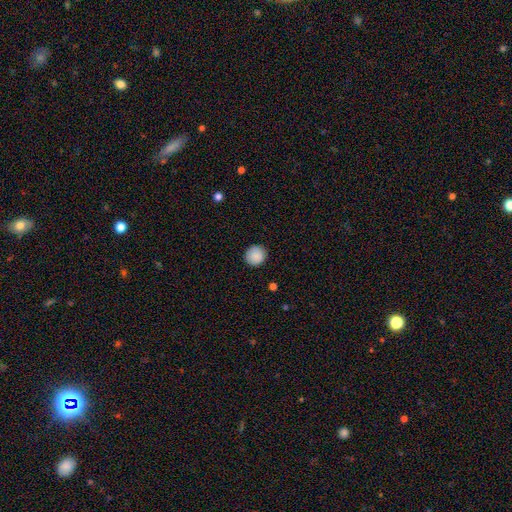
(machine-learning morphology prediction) Q: Smooth or featured?
A: smooth (89%); runner-up: star or artifact (8%)
Q: How rounded?
A: round (92%); runner-up: in between (7%)
Q: Merging?
A: none (91%); runner-up: minor disturbance (6%)